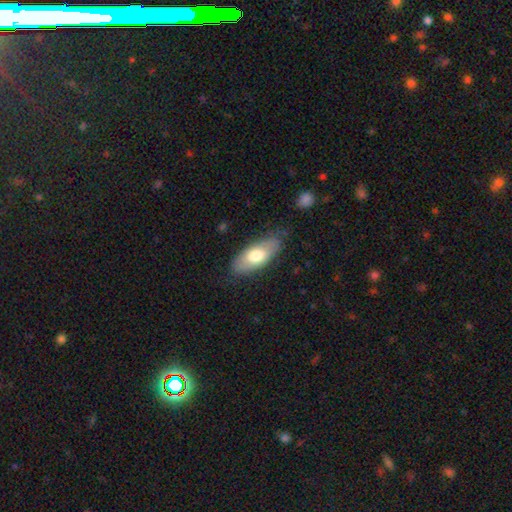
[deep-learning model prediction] Smooth or featured?
  - smooth: 66% *
  - featured or disk: 28%
  - star or artifact: 6%
How rounded?
  - in between: 82% *
  - cigar-shaped: 16%
  - round: 2%
Merging?
  - none: 79% *
  - minor disturbance: 16%
  - major disturbance: 4%
  - merger: 1%